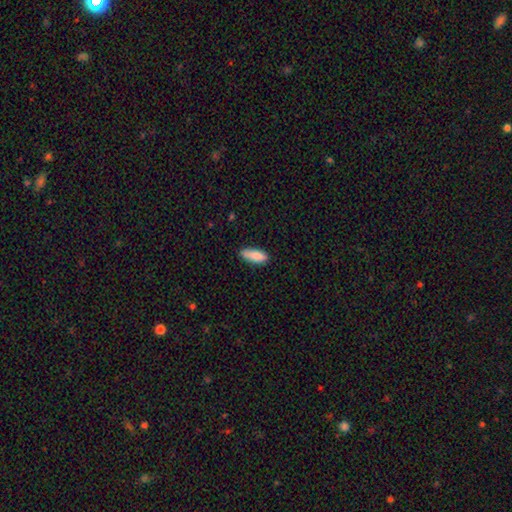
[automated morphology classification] Smooth or featured?
  - smooth: 87% *
  - star or artifact: 7%
  - featured or disk: 6%
How rounded?
  - in between: 69% *
  - cigar-shaped: 29%
  - round: 2%
Merging?
  - none: 67% *
  - minor disturbance: 27%
  - major disturbance: 4%
  - merger: 2%